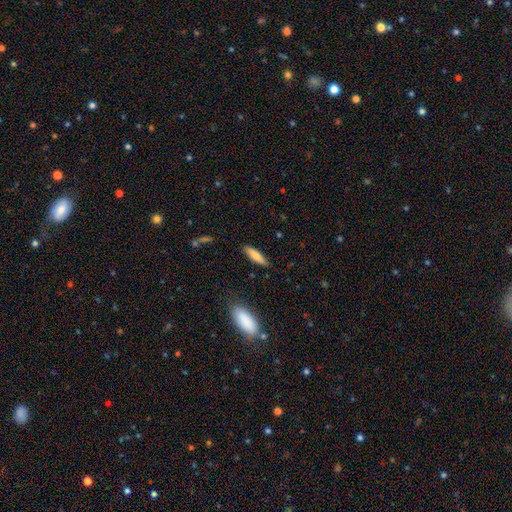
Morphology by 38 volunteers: type=smooth (82%); roundness=cigar-shaped (84%); merging=none (86%).